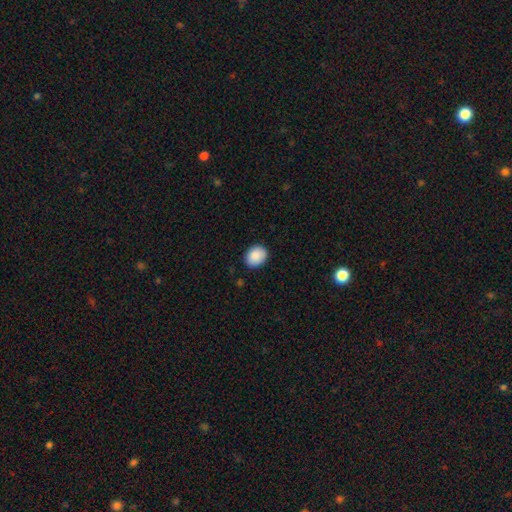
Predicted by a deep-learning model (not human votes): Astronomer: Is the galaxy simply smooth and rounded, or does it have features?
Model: smooth — 89%.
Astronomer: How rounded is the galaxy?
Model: round — 51% (runner-up: in between, 48%).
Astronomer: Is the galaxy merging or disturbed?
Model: none — 86%.